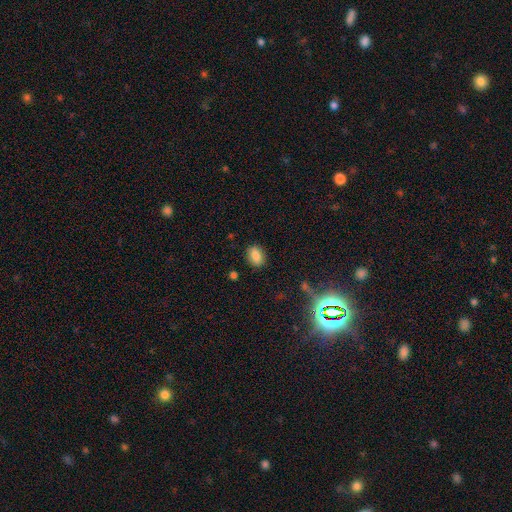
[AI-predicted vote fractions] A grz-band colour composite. It shows a smooth galaxy with no disk features (84%) that is in between round and cigar-shaped (72%). Merging: none (85%).